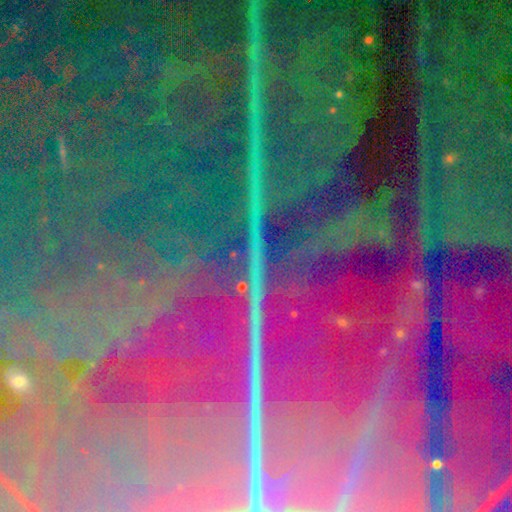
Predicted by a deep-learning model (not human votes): The model was most divided on "smooth or featured": star or artifact: 89%, featured or disk: 7%, smooth: 4%.